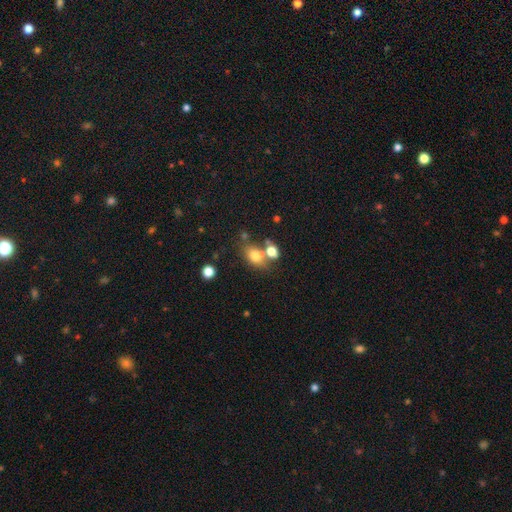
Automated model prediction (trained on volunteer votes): Smooth or featured? Predicted: smooth (p=0.74). How rounded? Predicted: in between (p=0.63). Merging? Predicted: none (p=0.46).